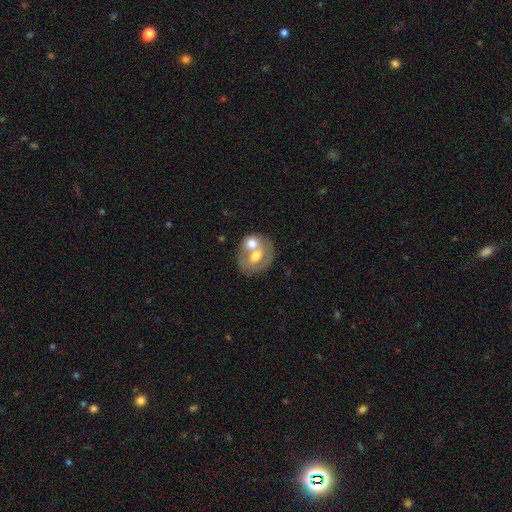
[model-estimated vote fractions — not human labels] Smooth or featured?
  - featured or disk: 47% *
  - smooth: 46%
  - star or artifact: 7%
Merging?
  - merger: 51% *
  - none: 33%
  - minor disturbance: 11%
  - major disturbance: 5%